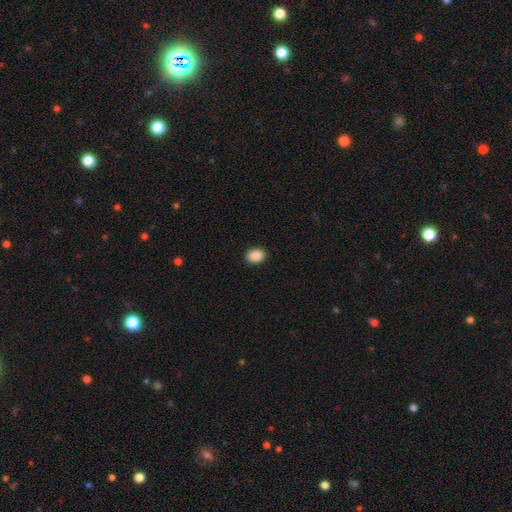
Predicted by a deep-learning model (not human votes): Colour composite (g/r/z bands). It shows a smooth galaxy with no disk features (89%) that is in between round and cigar-shaped (68%). Merging: none (91%).